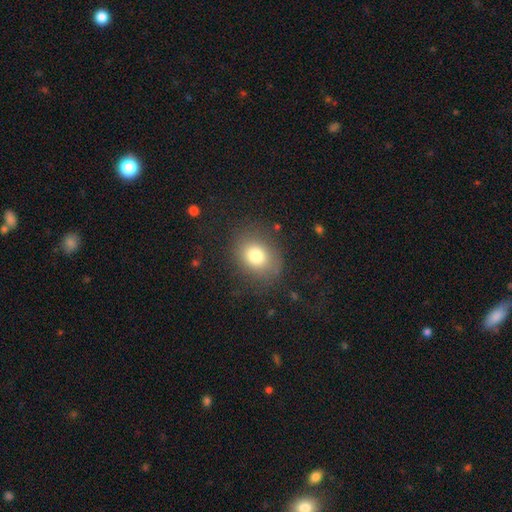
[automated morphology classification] A smooth galaxy with no disk features (77%) that is round (56%). Merging: none (80%).